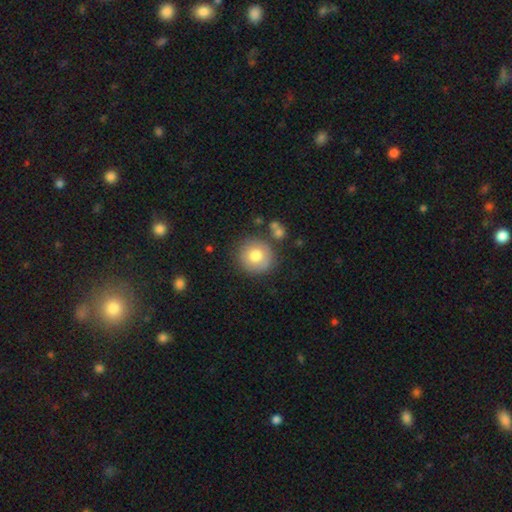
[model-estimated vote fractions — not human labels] Smooth or featured: smooth — 77% (featured or disk — 15%)
How rounded: round — 93% (in between — 6%)
Merging: none — 79% (minor disturbance — 11%)